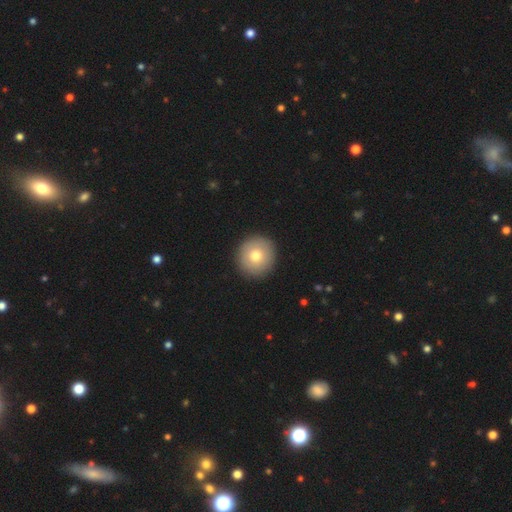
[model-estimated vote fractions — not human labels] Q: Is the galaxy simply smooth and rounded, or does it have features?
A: smooth — 76%.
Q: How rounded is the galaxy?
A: round — 94%.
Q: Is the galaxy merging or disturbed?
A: none — 92%.